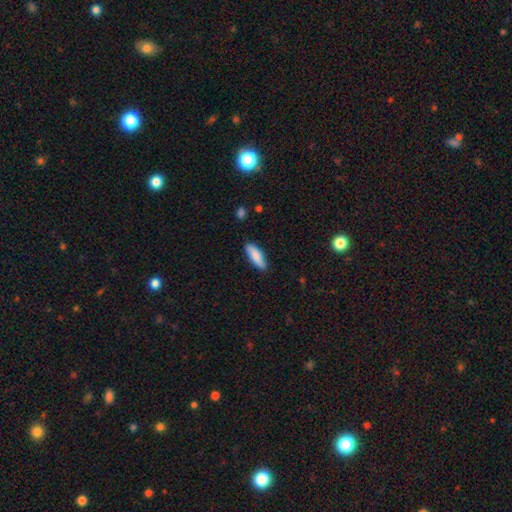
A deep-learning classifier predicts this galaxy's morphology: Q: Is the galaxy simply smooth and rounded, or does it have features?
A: smooth — 82%.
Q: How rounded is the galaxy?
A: in between — 49%, tied with cigar-shaped.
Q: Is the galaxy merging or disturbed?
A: none — 84%.